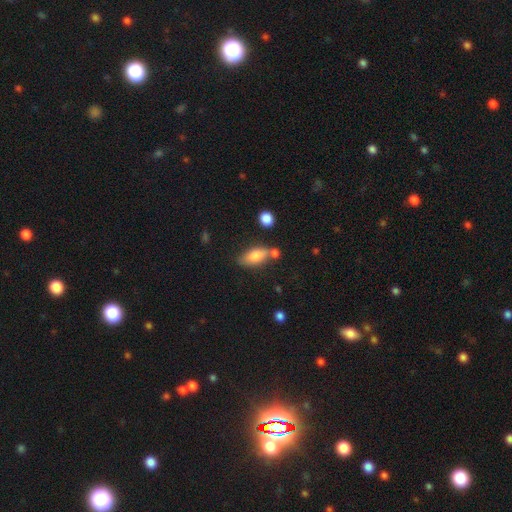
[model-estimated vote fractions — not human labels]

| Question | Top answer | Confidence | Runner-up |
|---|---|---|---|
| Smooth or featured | smooth | 77% | featured or disk (15%) |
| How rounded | in between | 82% | cigar-shaped (13%) |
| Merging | none | 61% | minor disturbance (18%) |